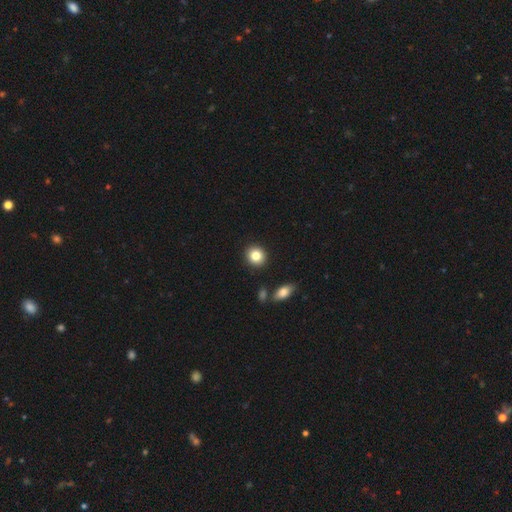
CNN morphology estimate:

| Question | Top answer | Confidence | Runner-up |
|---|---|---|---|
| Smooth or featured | smooth | 84% | star or artifact (9%) |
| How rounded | round | 84% | in between (15%) |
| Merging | none | 89% | minor disturbance (6%) |